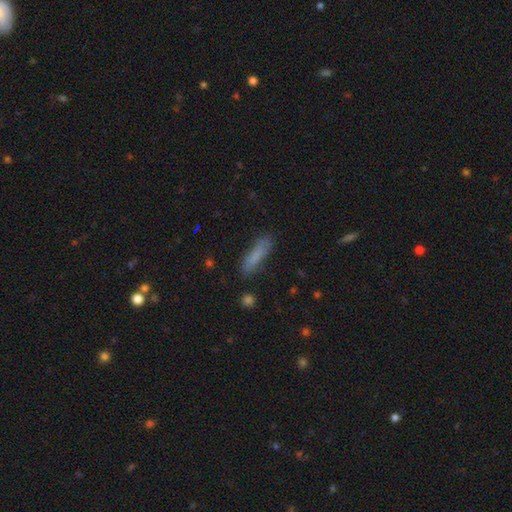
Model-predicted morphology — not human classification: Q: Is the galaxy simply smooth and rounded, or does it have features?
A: smooth — 81%.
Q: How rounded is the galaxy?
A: cigar-shaped — 76%.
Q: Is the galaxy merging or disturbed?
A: none — 80%.